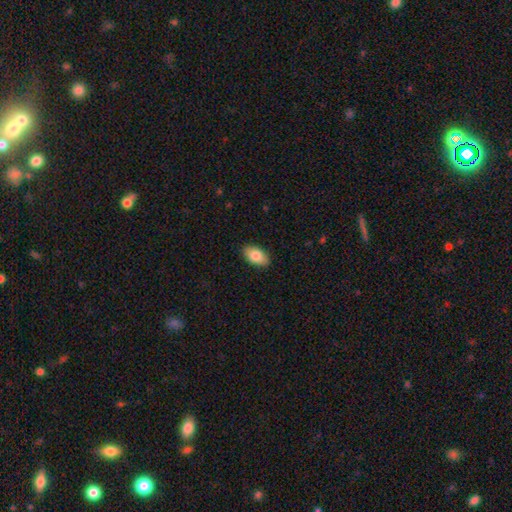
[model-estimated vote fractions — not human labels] smooth-or-featured: smooth: 82% | featured or disk: 11% | star or artifact: 7%
  how-rounded: in between: 94% | round: 4% | cigar-shaped: 2%
  merging: none: 88% | minor disturbance: 9% | major disturbance: 2% | merger: 1%